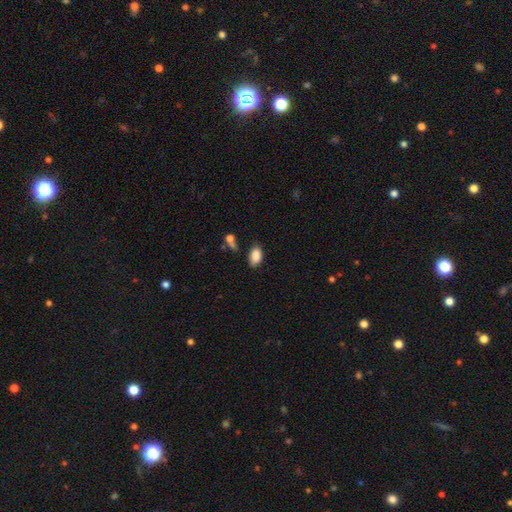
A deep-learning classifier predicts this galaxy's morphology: smooth_or_featured: smooth (p=0.88) [alt: star or artifact p=0.08]
how_rounded: in between (p=0.92) [alt: round p=0.06]
merging: none (p=0.73) [alt: minor disturbance p=0.18]